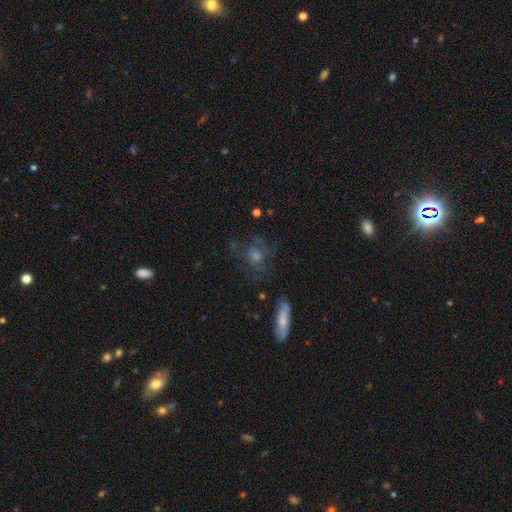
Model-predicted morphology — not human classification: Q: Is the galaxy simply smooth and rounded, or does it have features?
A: featured or disk — 43%.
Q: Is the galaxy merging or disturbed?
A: none — 69%.